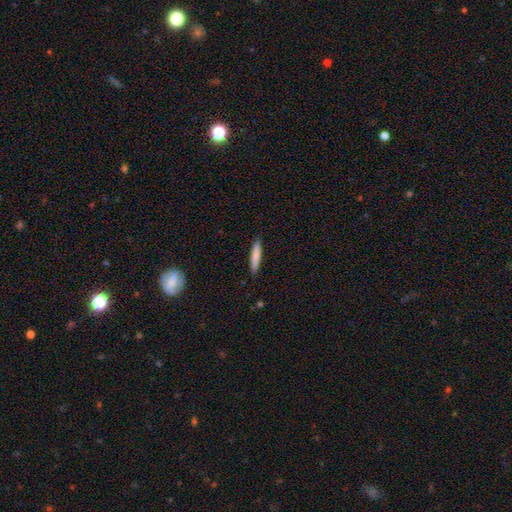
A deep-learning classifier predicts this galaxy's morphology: Smooth or featured? smooth (81%)
How rounded? cigar-shaped (90%)
Merging? none (89%)